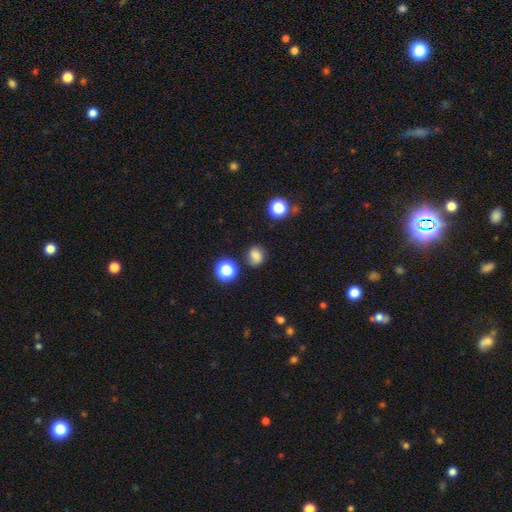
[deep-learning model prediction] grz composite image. It shows a smooth galaxy with no disk features (71%) that is round (73%). Merging: none (75%).